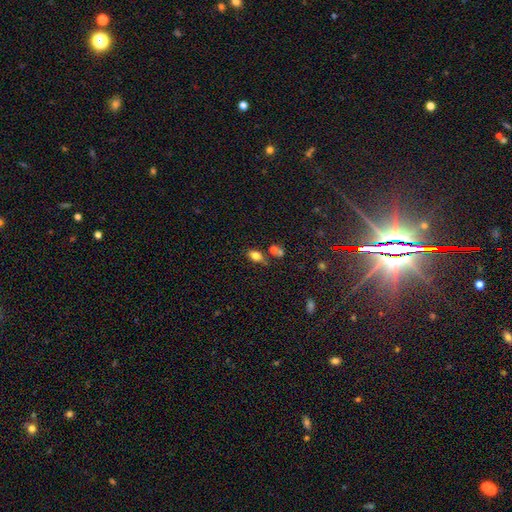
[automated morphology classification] This appears to be a smooth galaxy with no disk features (77%) that is in between round and cigar-shaped (82%). Merging: none (66%).